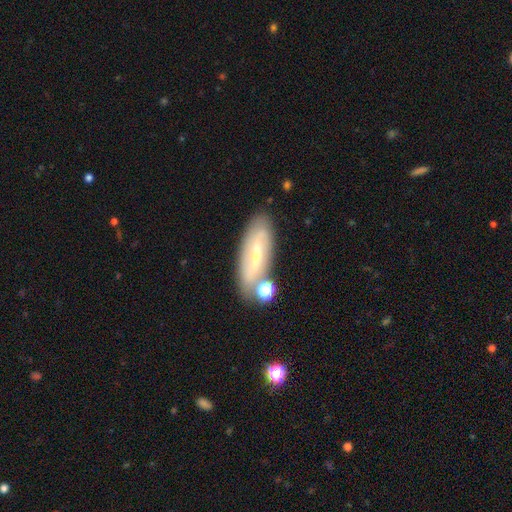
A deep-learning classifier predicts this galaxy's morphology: Q: Smooth or featured?
A: featured or disk (68%); runner-up: smooth (25%)
Q: Edge-on disk?
A: no (80%); runner-up: yes (20%)
Q: Bar?
A: strong (51%); runner-up: weak (33%)
Q: Spiral arms?
A: yes (71%); runner-up: no (29%)
Q: Bulge size?
A: small (58%); runner-up: moderate (36%)
Q: Merging?
A: none (74%); runner-up: minor disturbance (14%)